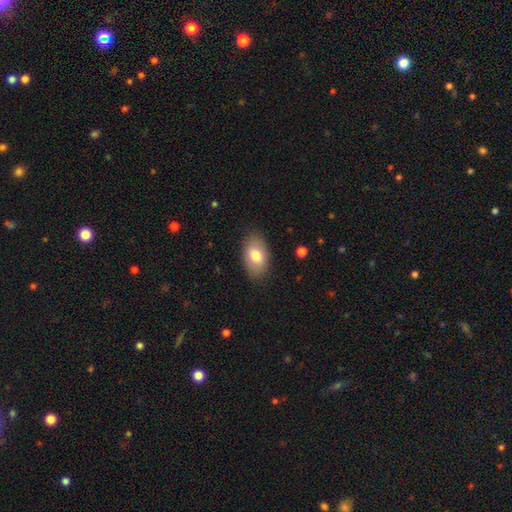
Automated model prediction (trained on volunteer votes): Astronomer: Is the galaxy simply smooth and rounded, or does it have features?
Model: smooth — 77%.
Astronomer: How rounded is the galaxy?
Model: in between — 91%.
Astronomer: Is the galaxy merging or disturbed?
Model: none — 85%.